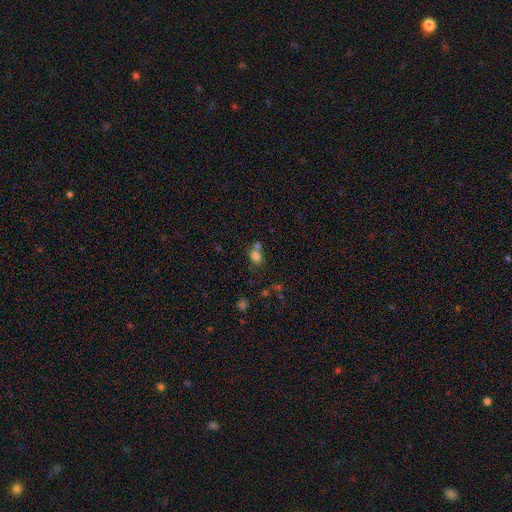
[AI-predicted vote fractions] smooth 78%, star or artifact 13%, featured or disk 9%. Down the decision tree: how rounded — round (50%); merging — none (43%).